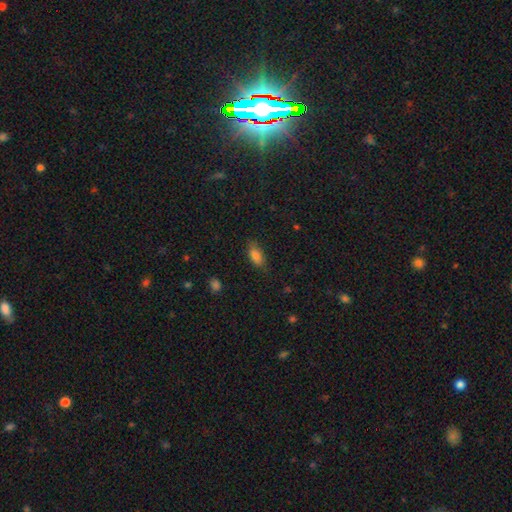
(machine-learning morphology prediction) Smooth or featured: smooth — 81% (featured or disk — 10%)
How rounded: in between — 85% (cigar-shaped — 12%)
Merging: none — 79% (minor disturbance — 16%)